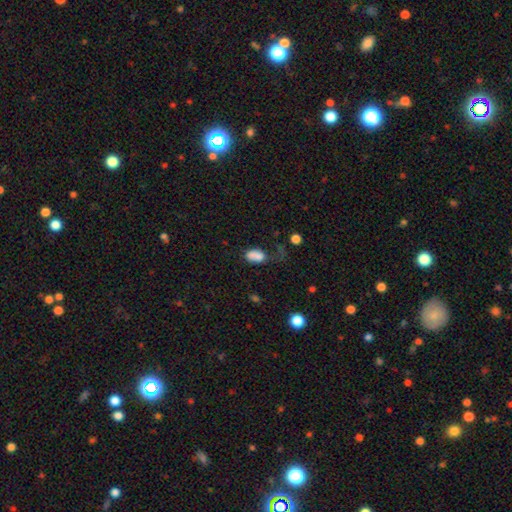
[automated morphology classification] A smooth galaxy with no disk features (75%) that is in between round and cigar-shaped (82%).

Vote fractions:
- Smooth or featured? smooth: 75% / featured or disk: 14% / star or artifact: 11%
- How rounded? in between: 82% / round: 16% / cigar-shaped: 2%
- Merging? none: 31% / major disturbance: 26% / minor disturbance: 23% / merger: 20%